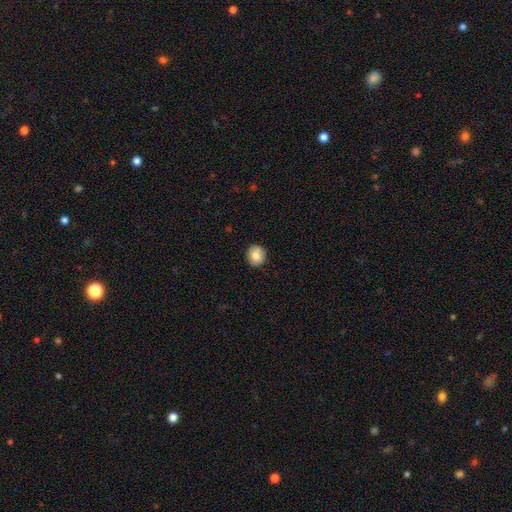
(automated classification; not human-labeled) Overall: smooth (79%). How rounded: round (88%). Merging: none (88%).